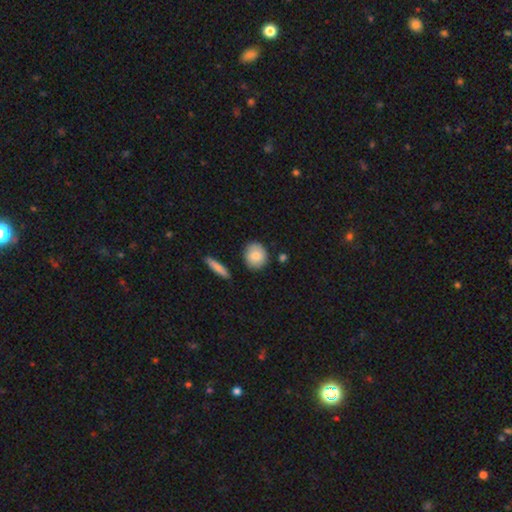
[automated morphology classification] Smooth or featured: smooth — 82% (featured or disk — 11%)
How rounded: round — 79% (in between — 19%)
Merging: none — 83% (minor disturbance — 11%)